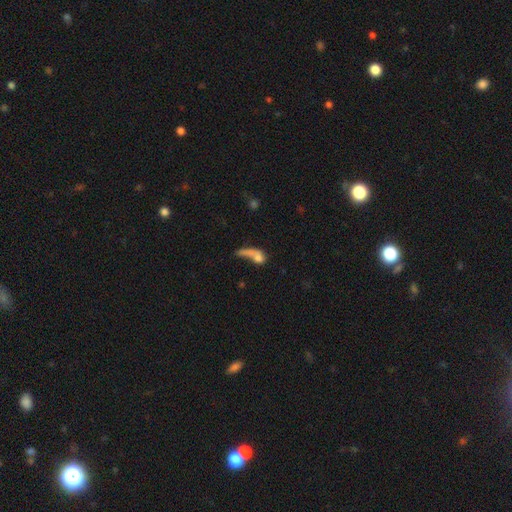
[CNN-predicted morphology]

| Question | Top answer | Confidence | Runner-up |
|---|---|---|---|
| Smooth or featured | smooth | 61% | featured or disk (27%) |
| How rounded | in between | 40% | round (32%) |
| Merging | merger | 34% | major disturbance (28%) |